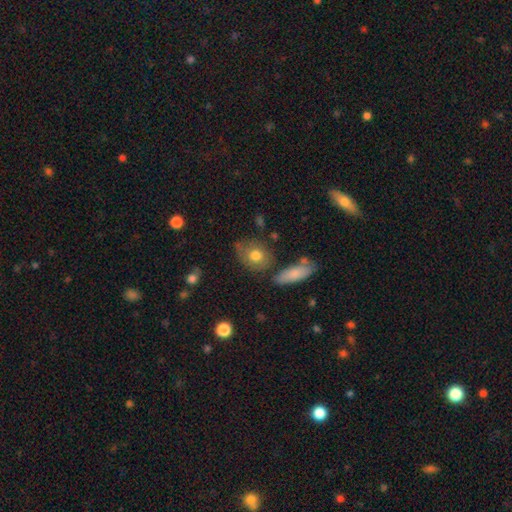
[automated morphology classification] Smooth or featured? Predicted: smooth (p=0.73). How rounded? Predicted: round (p=0.52). Merging? Predicted: none (p=0.62).